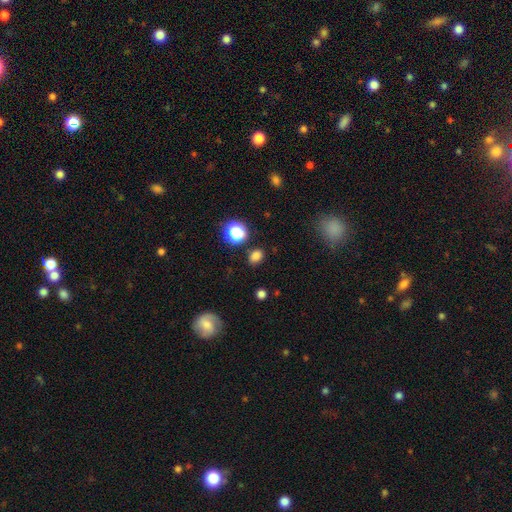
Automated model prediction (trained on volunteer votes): A smooth galaxy with no disk features (78%) that is in between round and cigar-shaped (60%).

Vote fractions:
- Smooth or featured? smooth: 78% / star or artifact: 17% / featured or disk: 5%
- How rounded? in between: 60% / round: 39% / cigar-shaped: 1%
- Merging? none: 83% / minor disturbance: 11% / major disturbance: 3% / merger: 3%